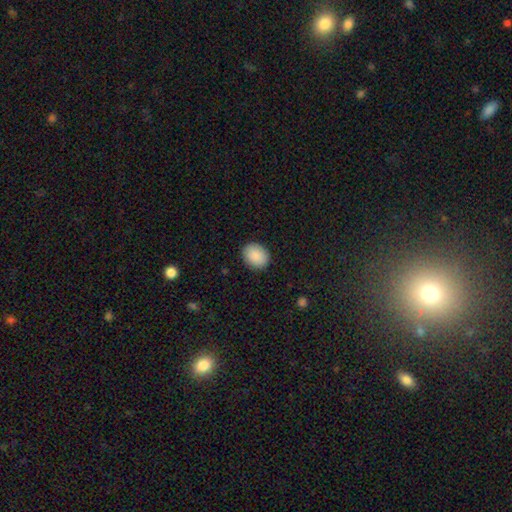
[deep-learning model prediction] A smooth galaxy with no disk features (90%) that is in between round and cigar-shaped (52%). Merging: none (90%).